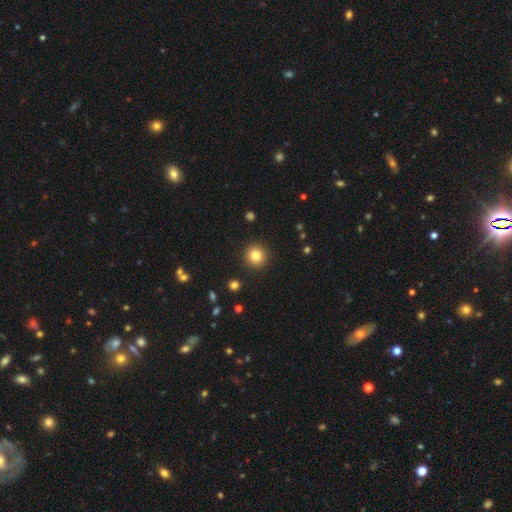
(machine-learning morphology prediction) type=smooth (82%); roundness=round (94%); merging=none (92%).